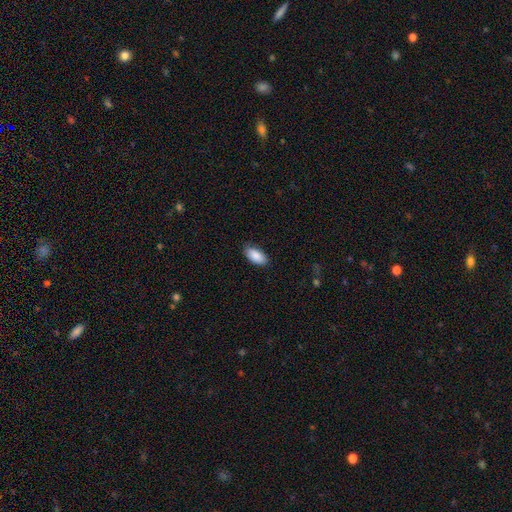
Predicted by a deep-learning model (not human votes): smooth-or-featured: smooth: 89% | star or artifact: 6% | featured or disk: 5%
  how-rounded: in between: 93% | cigar-shaped: 4% | round: 2%
  merging: none: 81% | minor disturbance: 15% | major disturbance: 3% | merger: 1%